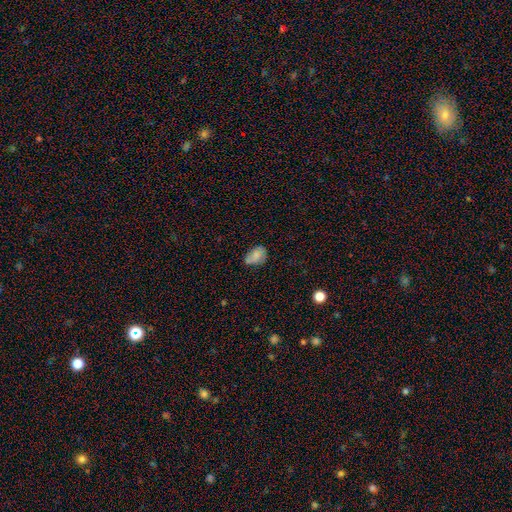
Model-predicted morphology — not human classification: Smooth or featured? Predicted: smooth (p=0.76). How rounded? Predicted: in between (p=0.80). Merging? Predicted: none (p=0.50).